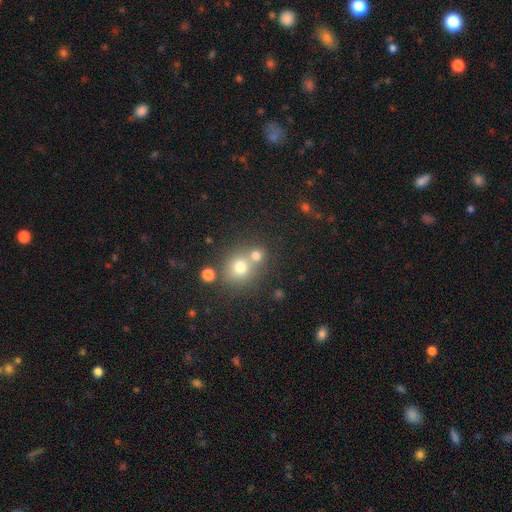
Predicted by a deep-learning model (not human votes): smooth-or-featured: smooth: 73% | star or artifact: 15% | featured or disk: 11%
  how-rounded: round: 82% | in between: 17% | cigar-shaped: 1%
  merging: none: 47% | merger: 42% | minor disturbance: 7% | major disturbance: 3%